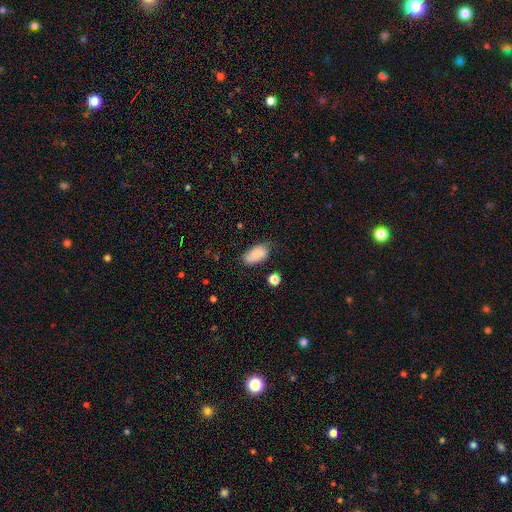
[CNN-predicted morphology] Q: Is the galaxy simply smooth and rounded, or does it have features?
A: smooth — 87%.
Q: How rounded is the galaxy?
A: in between — 93%.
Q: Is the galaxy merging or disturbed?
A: none — 68%.